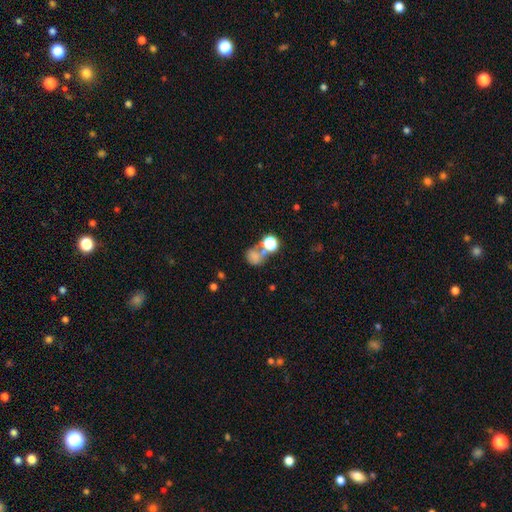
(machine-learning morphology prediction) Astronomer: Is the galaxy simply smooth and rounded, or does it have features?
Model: smooth — 65%.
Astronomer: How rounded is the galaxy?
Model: round — 68%.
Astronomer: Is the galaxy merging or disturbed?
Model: merger — 42% (runner-up: none, 34%).